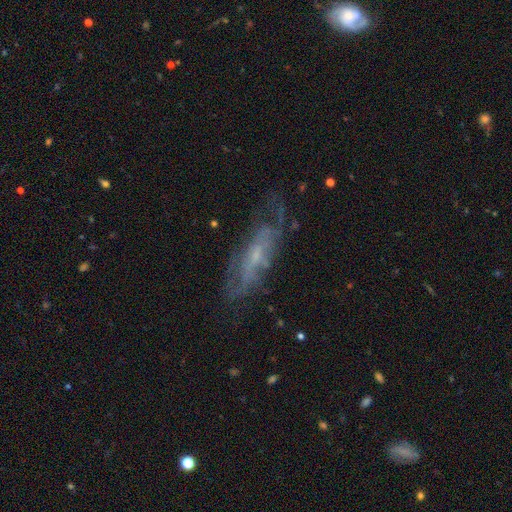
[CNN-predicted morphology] Smooth or featured: featured or disk — 65% (smooth — 26%)
Edge-on disk: no — 71% (yes — 29%)
Merging: none — 61% (minor disturbance — 23%)